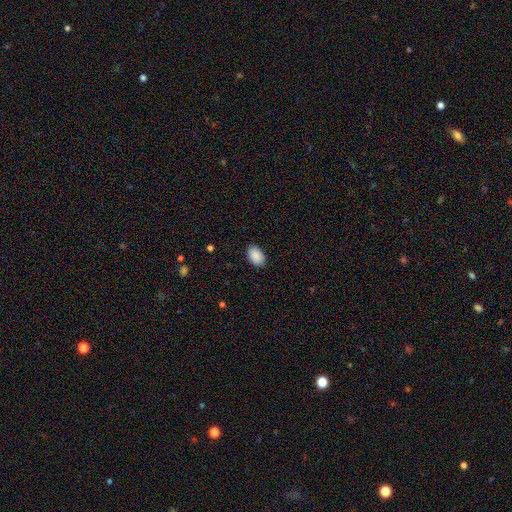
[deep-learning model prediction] Smooth or featured? smooth (90%)
How rounded? in between (89%)
Merging? none (87%)